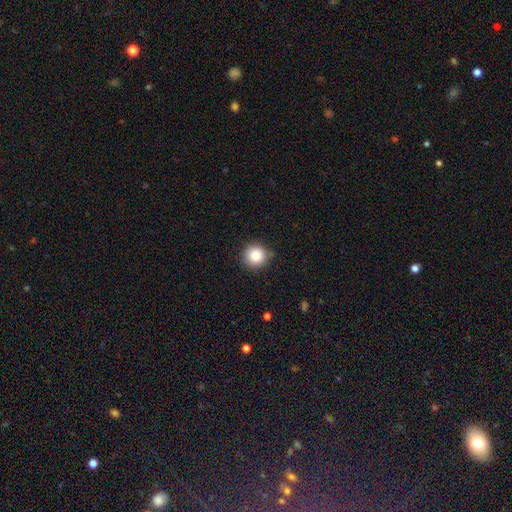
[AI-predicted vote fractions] smooth-or-featured: smooth: 84% | star or artifact: 10% | featured or disk: 6%
  how-rounded: round: 94% | in between: 5% | cigar-shaped: 1%
  merging: none: 87% | minor disturbance: 10% | major disturbance: 2% | merger: 1%